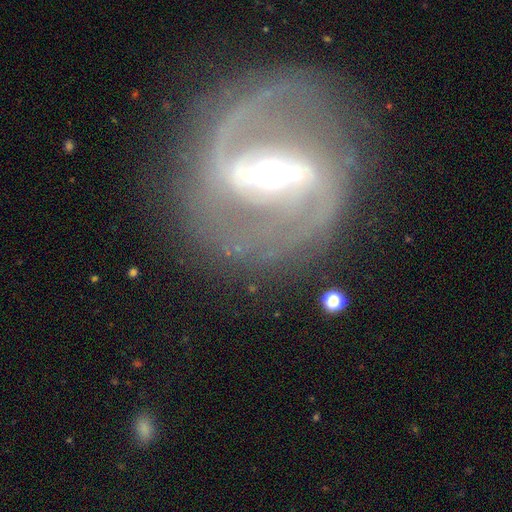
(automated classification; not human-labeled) This appears to be a featured or disk galaxy (89%) with a strong bar (72%), 2 (84%) medium (49%) spiral arms (93%) and a moderate central bulge (60%). Merging: none (77%).